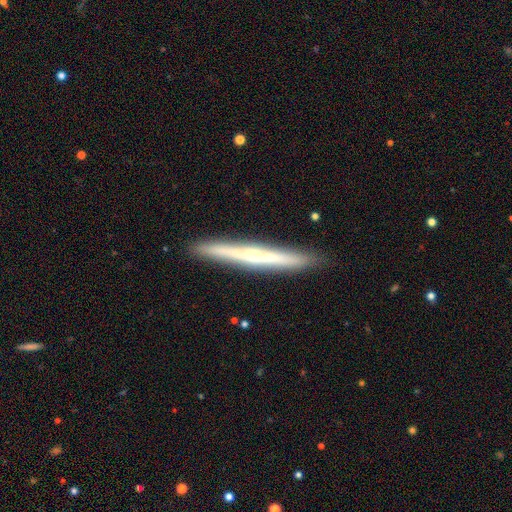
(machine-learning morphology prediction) smooth_or_featured: featured or disk (p=0.70) [alt: smooth p=0.24]
disk_edge_on: yes (p=0.96) [alt: no p=0.04]
edge_on_bulge: rounded (p=0.70) [alt: none p=0.27]
merging: none (p=0.91) [alt: minor disturbance p=0.06]